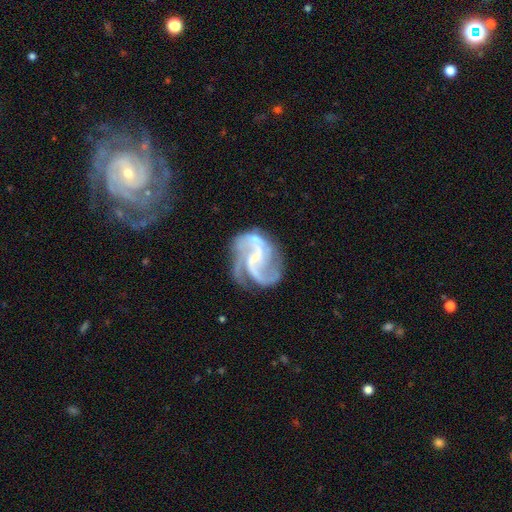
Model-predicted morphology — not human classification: A featured or disk galaxy (91%) with a weak bar (46%), 2 (70%) medium (50%) spiral arms (98%) and a small central bulge (56%).

Vote fractions:
- Smooth or featured? featured or disk: 91% / star or artifact: 5% / smooth: 4%
- Edge-on disk? no: 98% / yes: 2%
- Bar? weak: 46% / no: 33% / strong: 21%
- Spiral arms? yes: 98% / no: 2%
- Spiral winding? medium: 50% / loose: 37% / tight: 13%
- Spiral arm count? 2: 70% / 3: 14% / can't tell: 6% / 1: 3% / 4: 3% / more than 4: 3%
- Bulge size? small: 56% / none: 28% / moderate: 14% / large: 2% / dominant: 1%
- Merging? none: 59% / minor disturbance: 21% / major disturbance: 17% / merger: 3%